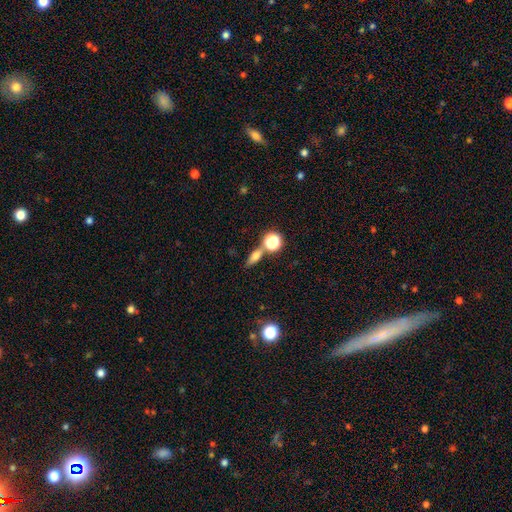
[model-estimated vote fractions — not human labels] Q: Smooth or featured?
A: smooth (59%); runner-up: featured or disk (25%)
Q: How rounded?
A: in between (46%); runner-up: cigar-shaped (33%)
Q: Merging?
A: none (68%); runner-up: merger (17%)